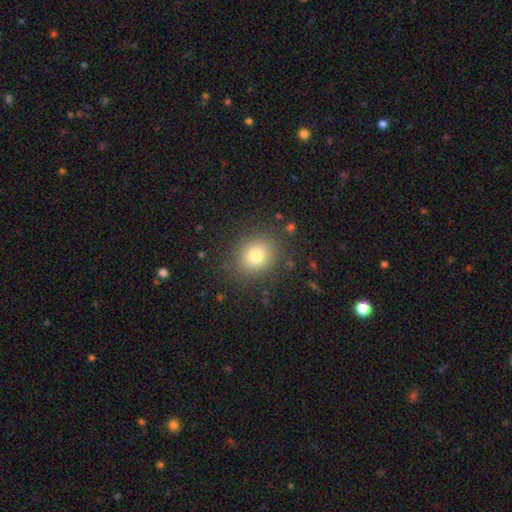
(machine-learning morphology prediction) smooth_or_featured: smooth (p=0.78) [alt: star or artifact p=0.13]
how_rounded: round (p=0.71) [alt: in between p=0.28]
merging: none (p=0.86) [alt: minor disturbance p=0.09]